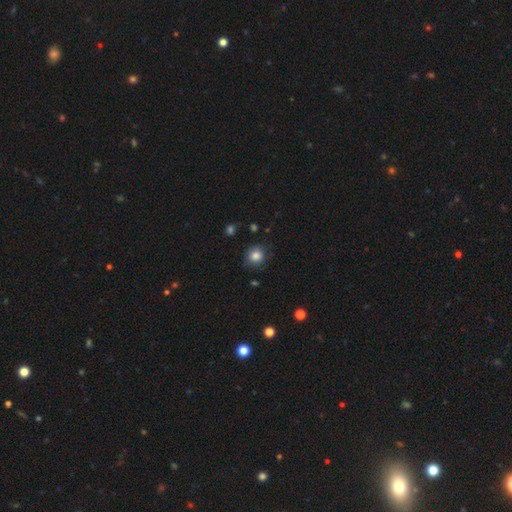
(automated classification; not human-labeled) Q: Smooth or featured?
A: smooth (84%); runner-up: star or artifact (11%)
Q: How rounded?
A: round (87%); runner-up: in between (12%)
Q: Merging?
A: none (83%); runner-up: minor disturbance (13%)